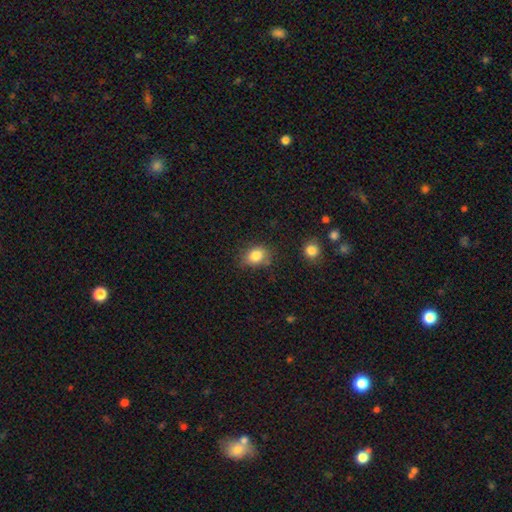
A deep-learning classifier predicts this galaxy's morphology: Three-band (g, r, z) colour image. It shows a smooth galaxy with no disk features (83%) that is in between round and cigar-shaped (56%). Merging: none (70%).